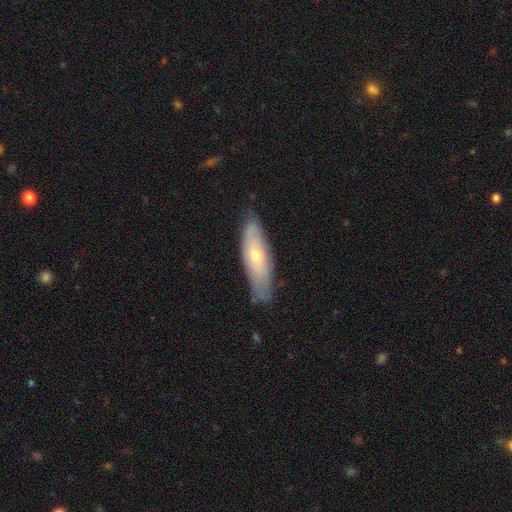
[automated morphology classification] Q: Smooth or featured?
A: smooth (48%); runner-up: featured or disk (46%)
Q: Merging?
A: none (73%); runner-up: minor disturbance (21%)